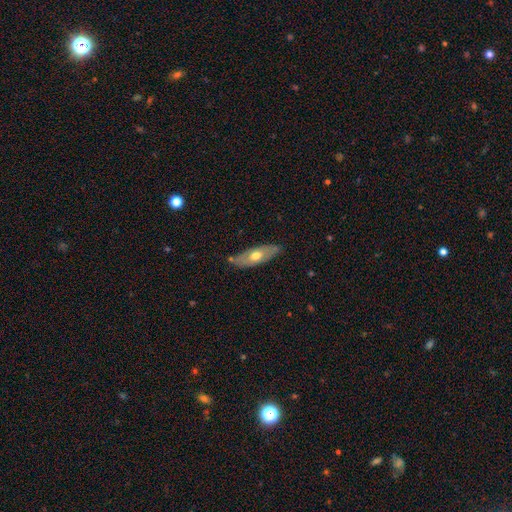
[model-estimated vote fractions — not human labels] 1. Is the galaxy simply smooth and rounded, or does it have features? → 50% featured or disk, 45% smooth, 6% star or artifact.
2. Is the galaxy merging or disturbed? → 79% none, 16% minor disturbance, 3% major disturbance, 2% merger.